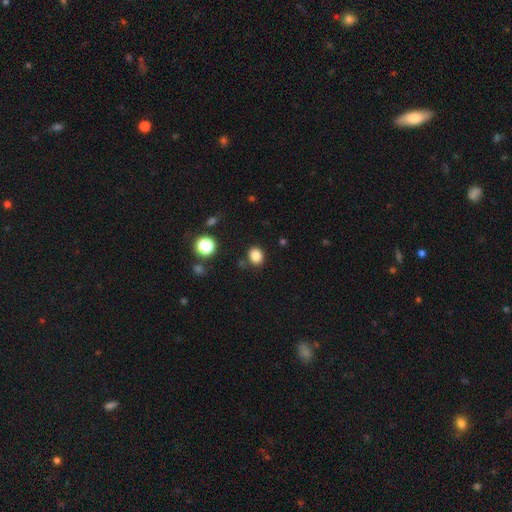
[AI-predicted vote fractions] Morphology: type=smooth (84%); roundness=round (60%); merging=none (84%).